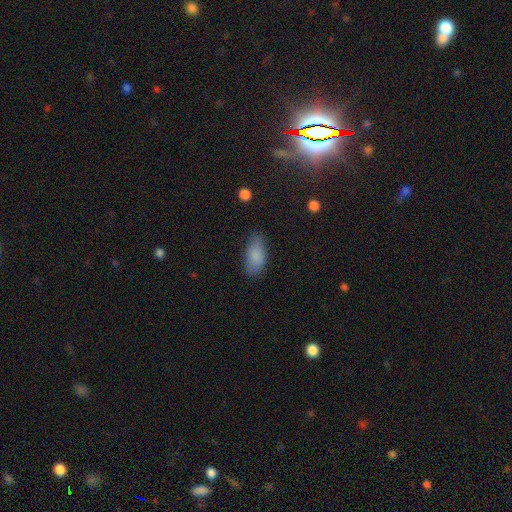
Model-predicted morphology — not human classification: type=smooth (85%); roundness=in between (90%); merging=none (73%).